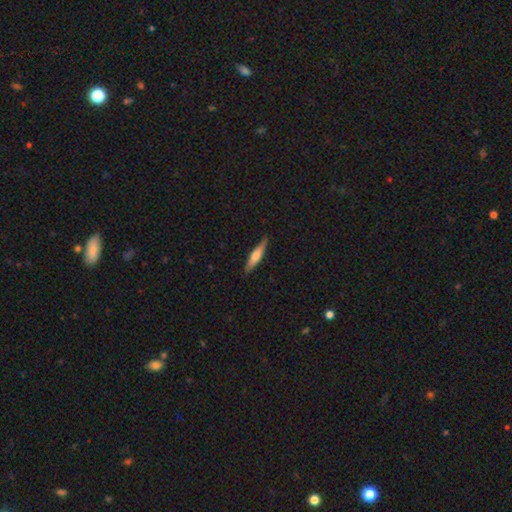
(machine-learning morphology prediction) Q: Smooth or featured?
A: smooth (57%); runner-up: featured or disk (37%)
Q: How rounded?
A: cigar-shaped (85%); runner-up: in between (13%)
Q: Merging?
A: none (88%); runner-up: minor disturbance (9%)